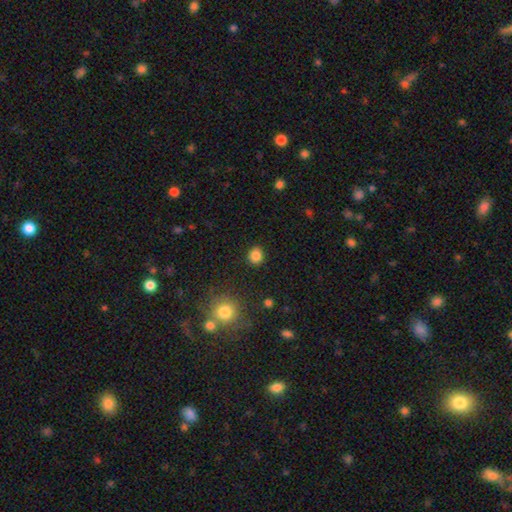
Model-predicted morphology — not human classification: Overall: smooth (85%). How rounded: round (80%). Merging: none (89%).